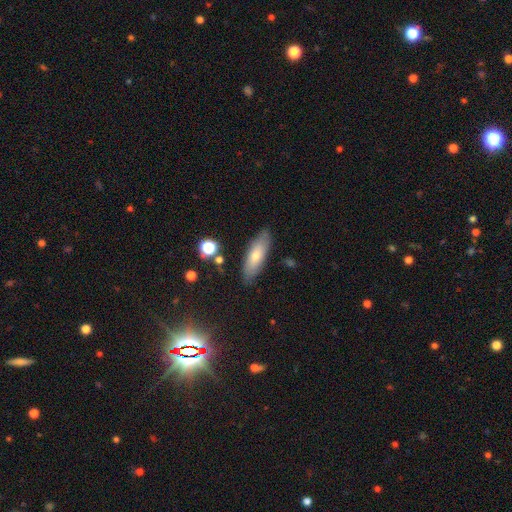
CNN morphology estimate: type=smooth (68%); roundness=in between (57%); merging=none (84%).